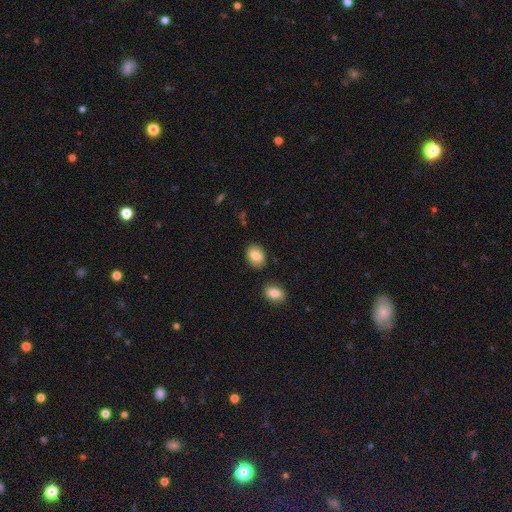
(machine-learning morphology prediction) smooth-or-featured: smooth: 82% | featured or disk: 10% | star or artifact: 8%
  how-rounded: in between: 70% | round: 29% | cigar-shaped: 1%
  merging: none: 84% | minor disturbance: 10% | merger: 4% | major disturbance: 2%